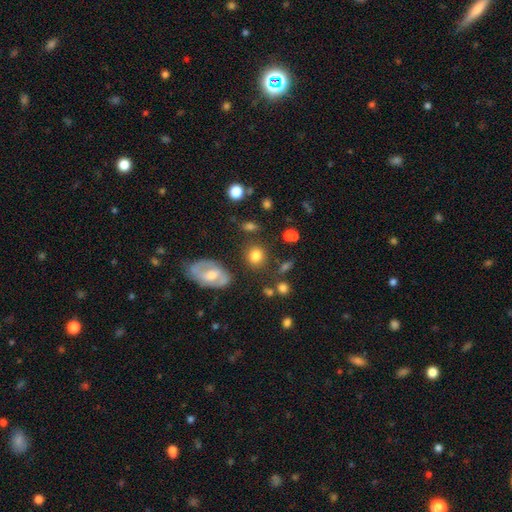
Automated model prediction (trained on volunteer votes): Smooth or featured: smooth — 80% (featured or disk — 10%)
How rounded: round — 76% (in between — 23%)
Merging: none — 78% (minor disturbance — 11%)